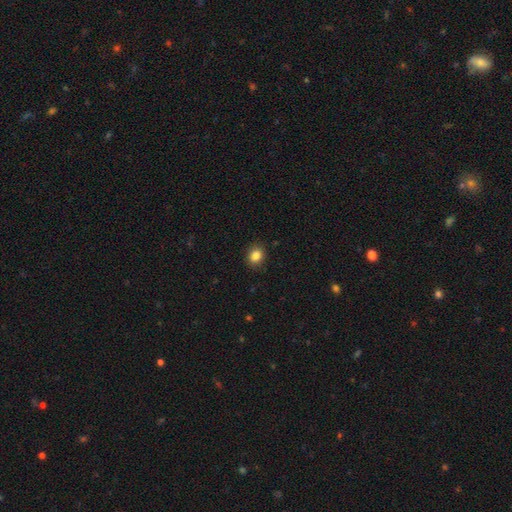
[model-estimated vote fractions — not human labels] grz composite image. It shows a smooth galaxy with no disk features (85%) that is round (60%). Merging: none (89%).